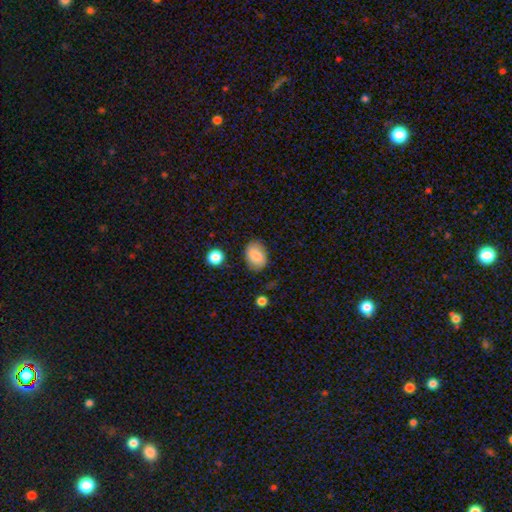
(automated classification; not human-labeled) Q: Smooth or featured?
A: smooth (83%); runner-up: featured or disk (9%)
Q: How rounded?
A: in between (76%); runner-up: round (23%)
Q: Merging?
A: none (81%); runner-up: minor disturbance (14%)